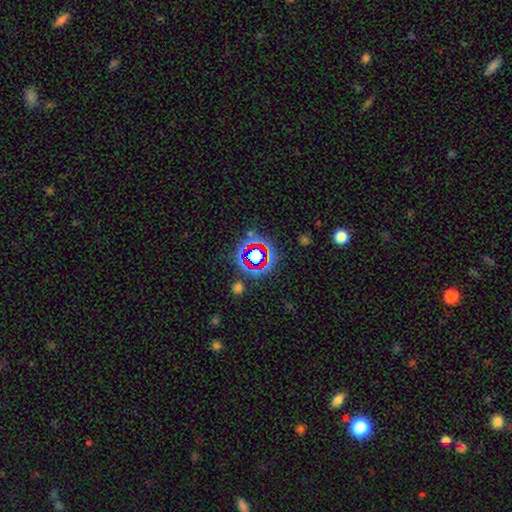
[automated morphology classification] This is likely a star or artifact rather than a galaxy (62%).